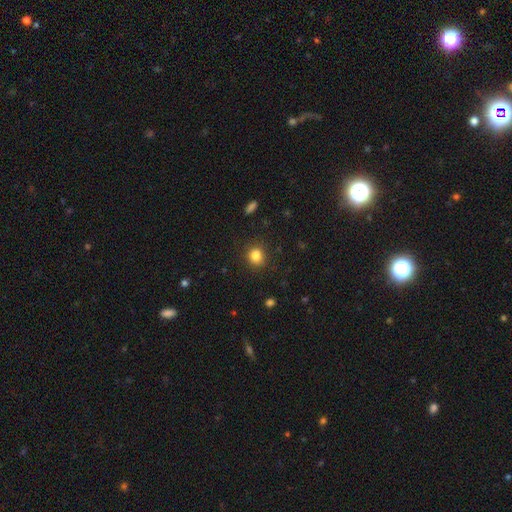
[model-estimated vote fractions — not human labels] Smooth or featured? Predicted: smooth (p=0.84). How rounded? Predicted: round (p=0.74). Merging? Predicted: none (p=0.86).